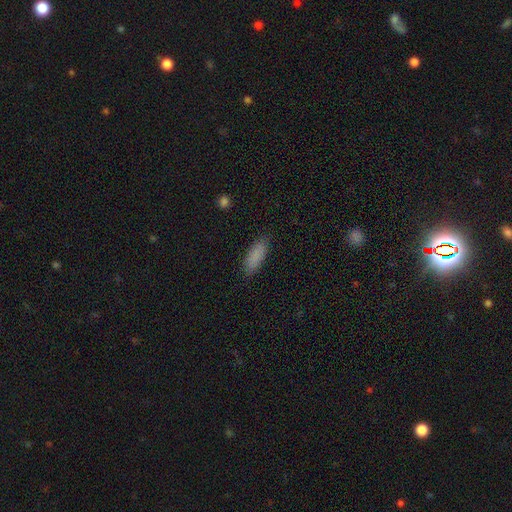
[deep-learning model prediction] The model was most divided on "how rounded": in between: 66%, cigar-shaped: 33%, round: 2%. More confident: smooth or featured — smooth (87%); merging — none (85%).